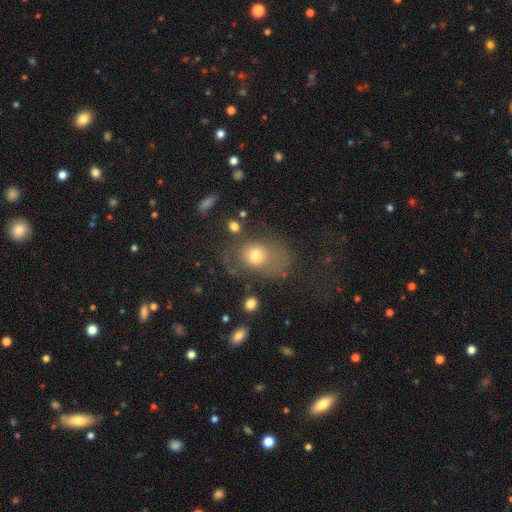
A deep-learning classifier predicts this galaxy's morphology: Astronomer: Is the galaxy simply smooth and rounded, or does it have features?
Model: smooth — 64%.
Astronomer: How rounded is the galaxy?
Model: in between — 58% (runner-up: round, 41%).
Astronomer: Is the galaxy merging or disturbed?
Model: none — 43% (runner-up: major disturbance, 28%).